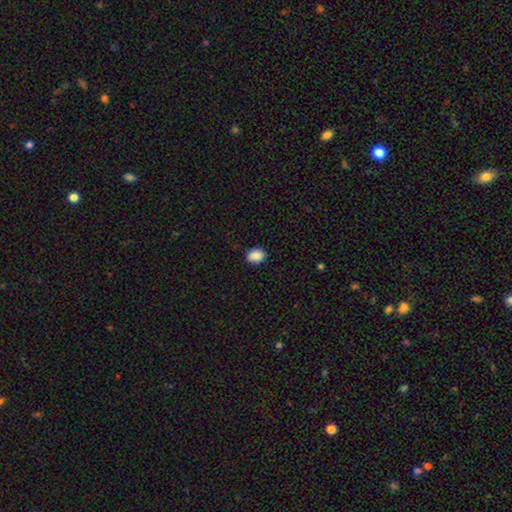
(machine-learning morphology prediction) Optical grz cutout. It shows a smooth galaxy with no disk features (89%) that is in between round and cigar-shaped (65%). Merging: none (89%).